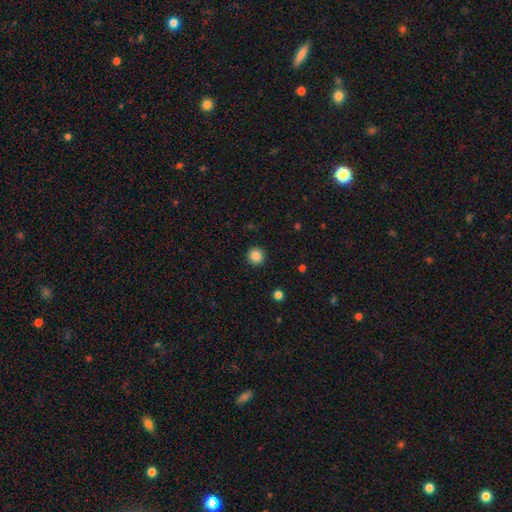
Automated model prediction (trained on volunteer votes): Morphology: type=smooth (85%); roundness=round (94%); merging=none (93%).